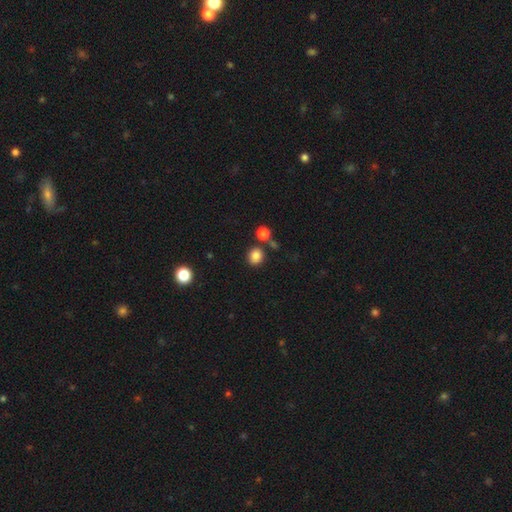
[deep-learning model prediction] Smooth or featured? smooth (83%)
How rounded? round (84%)
Merging? none (78%)